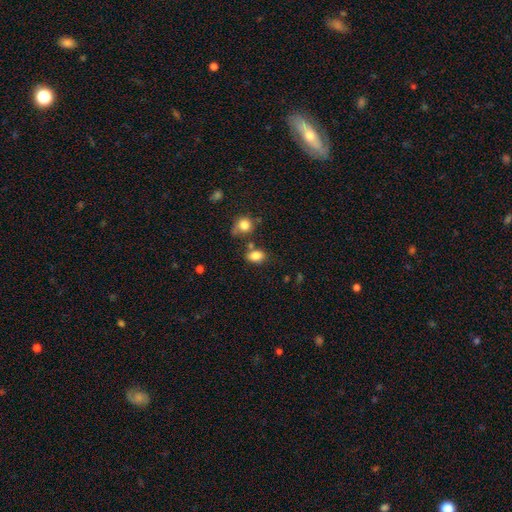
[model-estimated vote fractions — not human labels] smooth_or_featured: smooth (p=0.83) [alt: star or artifact p=0.10]
how_rounded: in between (p=0.76) [alt: round p=0.22]
merging: none (p=0.66) [alt: minor disturbance p=0.16]